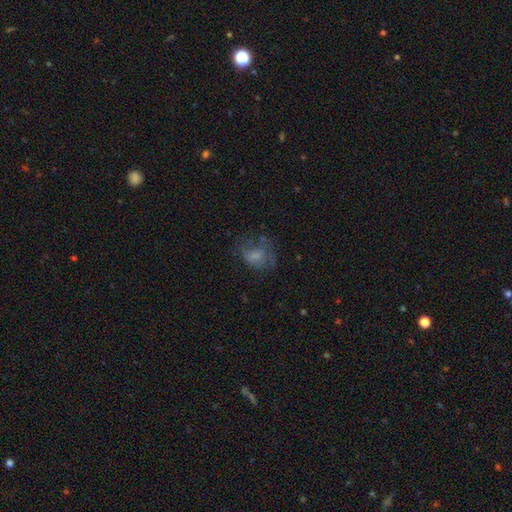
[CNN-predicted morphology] Smooth or featured: smooth — 55% (featured or disk — 30%)
How rounded: in between — 55% (round — 44%)
Merging: none — 39% (major disturbance — 34%)